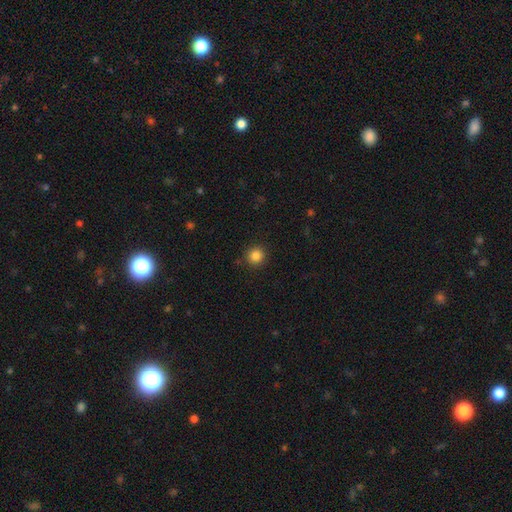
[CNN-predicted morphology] Smooth or featured? smooth (84%)
How rounded? round (94%)
Merging? none (91%)